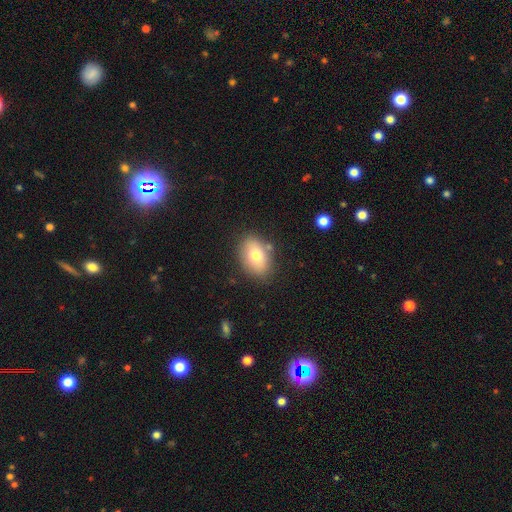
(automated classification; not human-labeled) Q: Smooth or featured?
A: smooth (75%); runner-up: featured or disk (16%)
Q: How rounded?
A: in between (83%); runner-up: round (16%)
Q: Merging?
A: none (82%); runner-up: minor disturbance (12%)